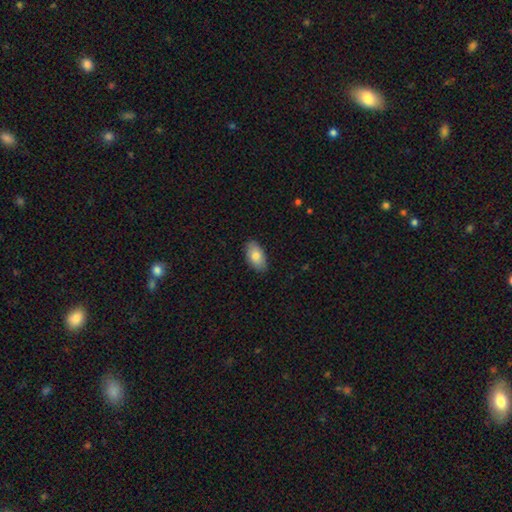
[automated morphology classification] smooth-or-featured: smooth: 81% | featured or disk: 13% | star or artifact: 6%
  how-rounded: in between: 94% | round: 3% | cigar-shaped: 3%
  merging: none: 87% | minor disturbance: 10% | major disturbance: 2% | merger: 1%